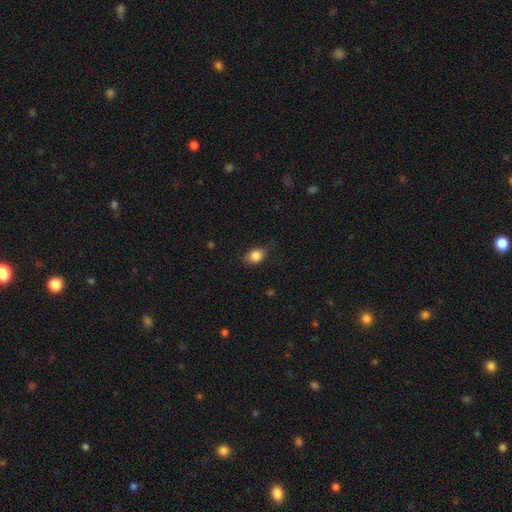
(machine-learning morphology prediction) Smooth or featured? Predicted: smooth (p=0.85). How rounded? Predicted: in between (p=0.57). Merging? Predicted: none (p=0.72).